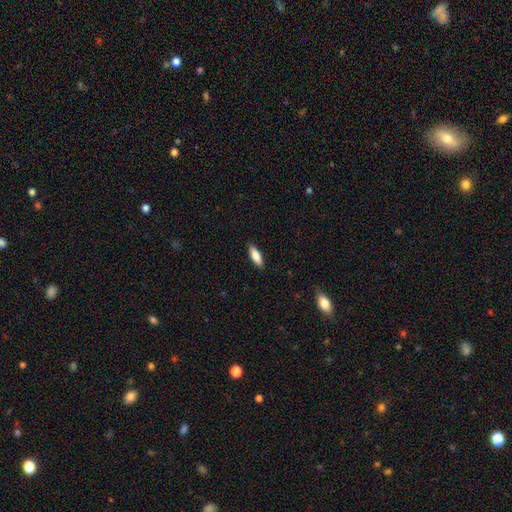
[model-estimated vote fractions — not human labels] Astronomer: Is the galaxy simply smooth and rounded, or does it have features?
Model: smooth — 80%.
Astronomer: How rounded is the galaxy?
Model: in between — 55% (runner-up: cigar-shaped, 43%).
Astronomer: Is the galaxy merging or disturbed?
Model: none — 88%.